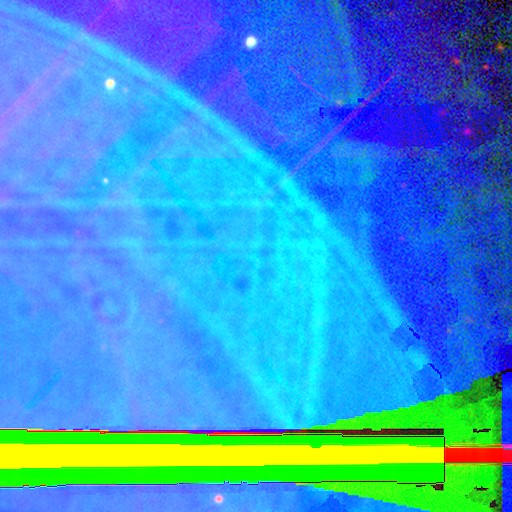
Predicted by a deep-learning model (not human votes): Smooth or featured?
  - star or artifact: 87% *
  - featured or disk: 7%
  - smooth: 6%